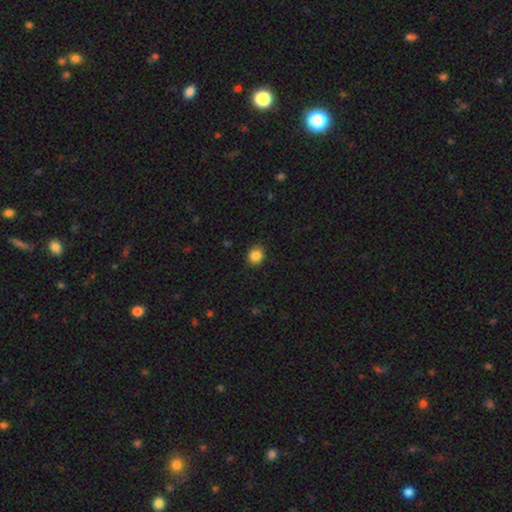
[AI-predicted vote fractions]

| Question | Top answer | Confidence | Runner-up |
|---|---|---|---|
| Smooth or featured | smooth | 86% | star or artifact (10%) |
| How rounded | round | 75% | in between (24%) |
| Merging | none | 90% | minor disturbance (7%) |